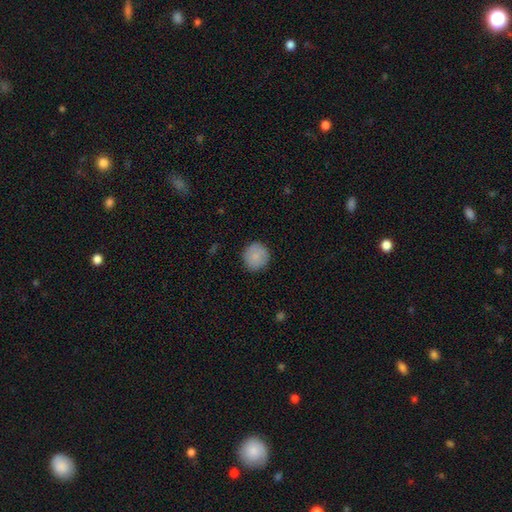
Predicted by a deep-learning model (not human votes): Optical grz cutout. It shows a smooth galaxy with no disk features (86%) that is round (92%). Merging: none (87%).